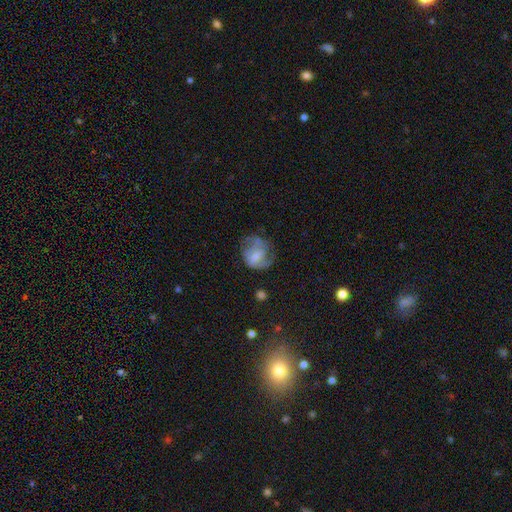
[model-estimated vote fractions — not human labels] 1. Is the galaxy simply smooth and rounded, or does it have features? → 47% smooth, 45% featured or disk, 8% star or artifact.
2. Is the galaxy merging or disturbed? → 42% none, 28% major disturbance, 27% minor disturbance, 2% merger.